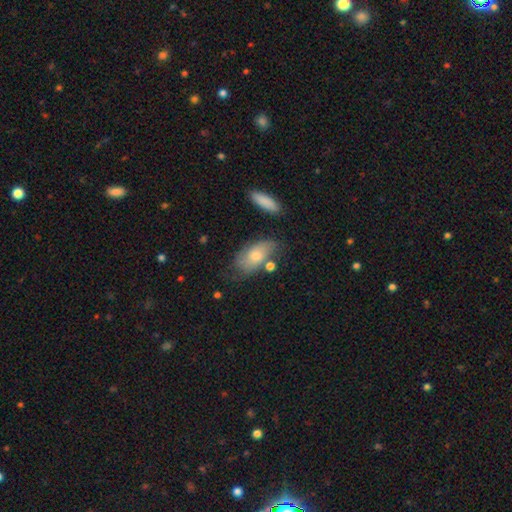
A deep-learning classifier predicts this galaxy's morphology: smooth 62%, featured or disk 30%, star or artifact 7%. Down the decision tree: how rounded — in between (88%); merging — none (55%).